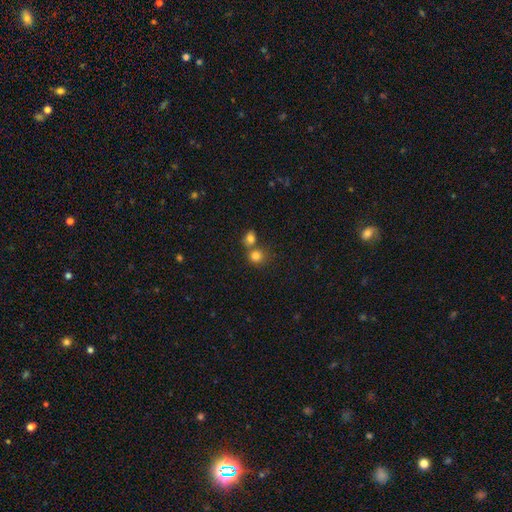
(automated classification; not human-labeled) Smooth or featured: smooth — 80% (star or artifact — 13%)
How rounded: round — 82% (in between — 17%)
Merging: none — 49% (merger — 40%)